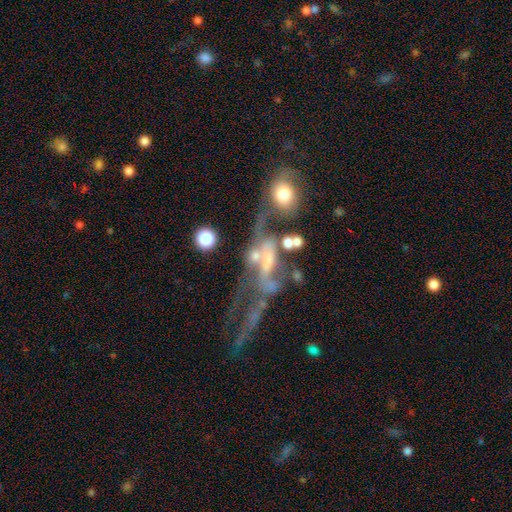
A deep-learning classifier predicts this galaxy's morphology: This appears to be a featured or disk galaxy (58%) with no bar (63%), no spiral arms (52%) and no central bulge (37%). Merging: merger (43%).